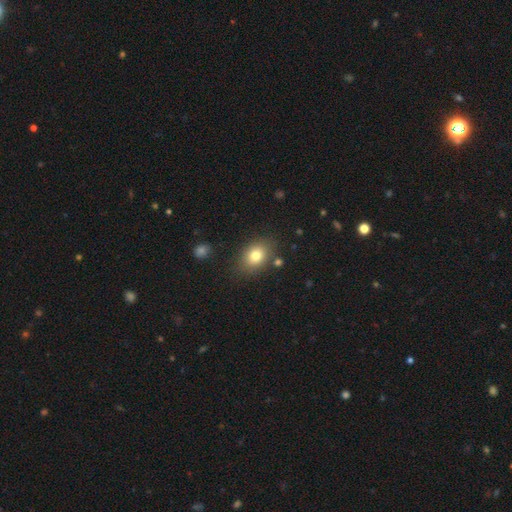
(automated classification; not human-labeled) Smooth or featured? Predicted: smooth (p=0.79). How rounded? Predicted: in between (p=0.66). Merging? Predicted: none (p=0.79).